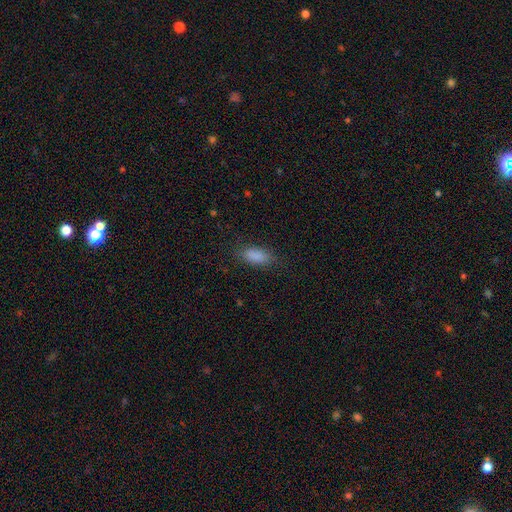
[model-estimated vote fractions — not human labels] smooth-or-featured: smooth: 87% | star or artifact: 8% | featured or disk: 5%
  how-rounded: in between: 87% | cigar-shaped: 10% | round: 3%
  merging: none: 80% | minor disturbance: 14% | major disturbance: 5% | merger: 1%